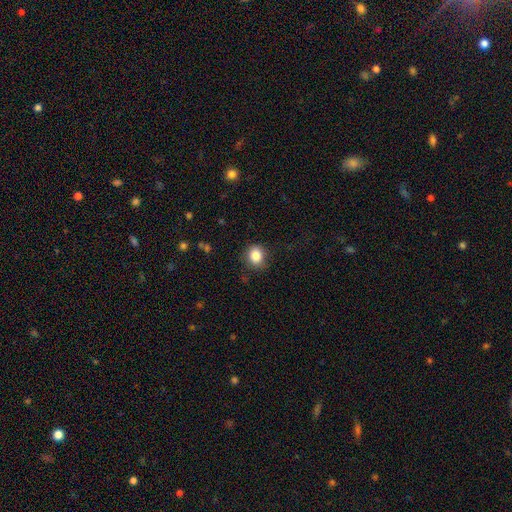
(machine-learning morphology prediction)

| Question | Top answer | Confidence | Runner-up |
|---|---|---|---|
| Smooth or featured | smooth | 85% | star or artifact (10%) |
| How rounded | round | 70% | in between (29%) |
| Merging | none | 82% | minor disturbance (13%) |